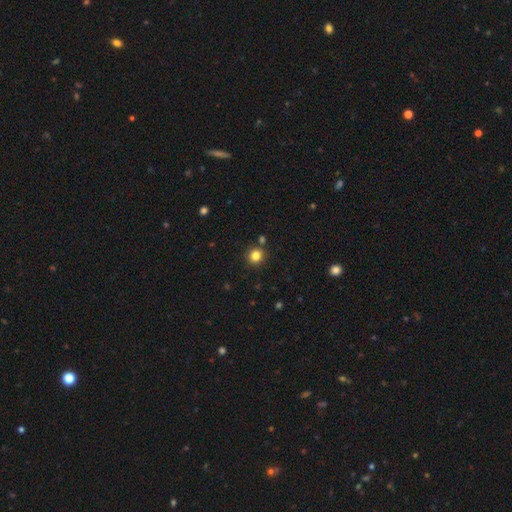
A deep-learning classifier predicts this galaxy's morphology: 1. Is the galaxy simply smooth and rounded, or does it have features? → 82% smooth, 12% star or artifact, 5% featured or disk.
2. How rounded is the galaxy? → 92% round, 7% in between, 1% cigar-shaped.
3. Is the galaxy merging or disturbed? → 86% none, 7% minor disturbance, 5% merger, 2% major disturbance.